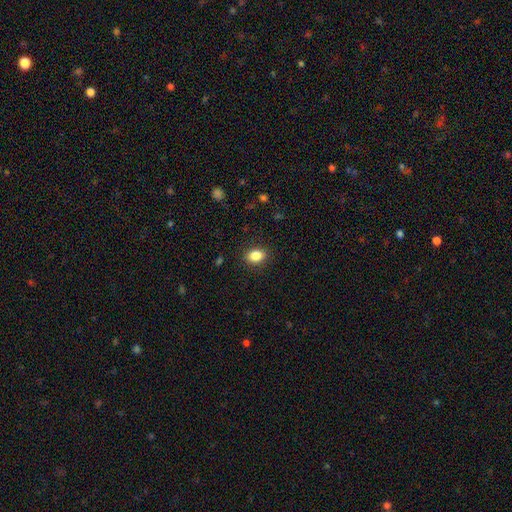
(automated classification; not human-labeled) This is clearly a smooth galaxy (86%). How rounded: likely in between (75%). Merging: clearly none (88%).